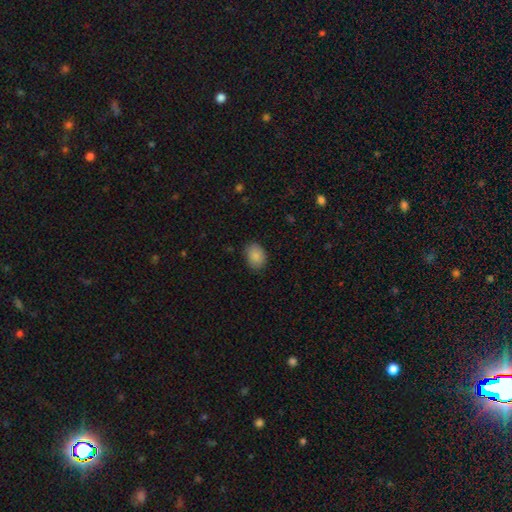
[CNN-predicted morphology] smooth-or-featured: smooth: 88% | star or artifact: 8% | featured or disk: 5%
  how-rounded: in between: 70% | round: 29% | cigar-shaped: 1%
  merging: none: 82% | minor disturbance: 14% | major disturbance: 3% | merger: 1%